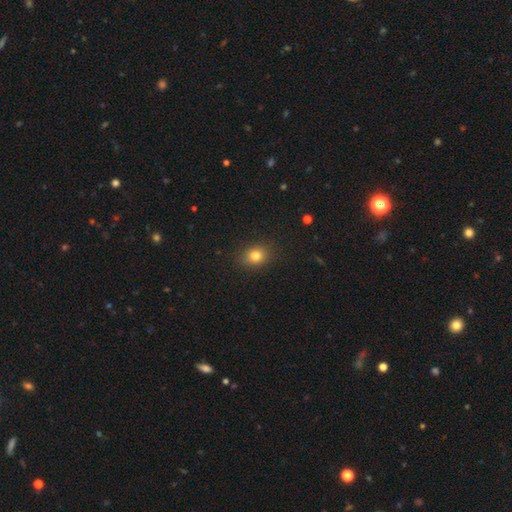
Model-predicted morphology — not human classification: This is likely a smooth galaxy (80%). How rounded: possibly round (54%). Merging: clearly none (87%).